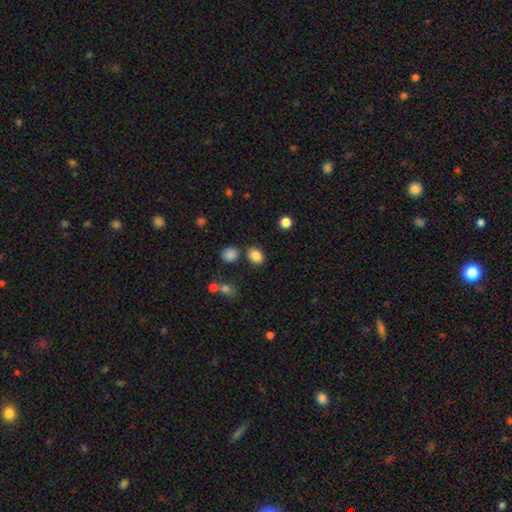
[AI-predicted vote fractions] smooth 85%, star or artifact 10%, featured or disk 5%. Down the decision tree: how rounded — in between (63%); merging — none (77%).